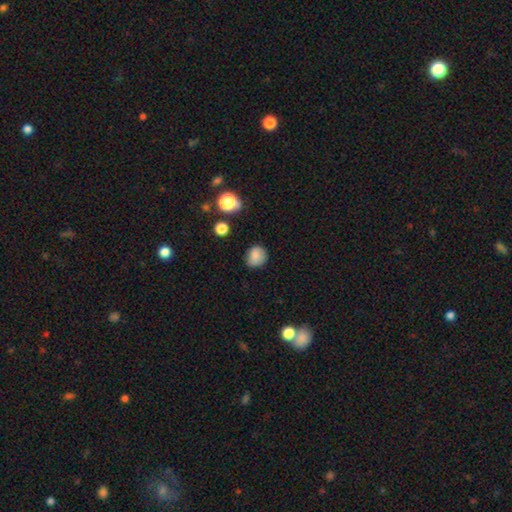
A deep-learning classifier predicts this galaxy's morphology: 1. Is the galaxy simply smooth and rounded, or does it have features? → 82% smooth, 11% star or artifact, 7% featured or disk.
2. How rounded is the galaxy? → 75% round, 24% in between, 1% cigar-shaped.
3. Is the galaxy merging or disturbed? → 76% none, 18% minor disturbance, 4% major disturbance, 2% merger.